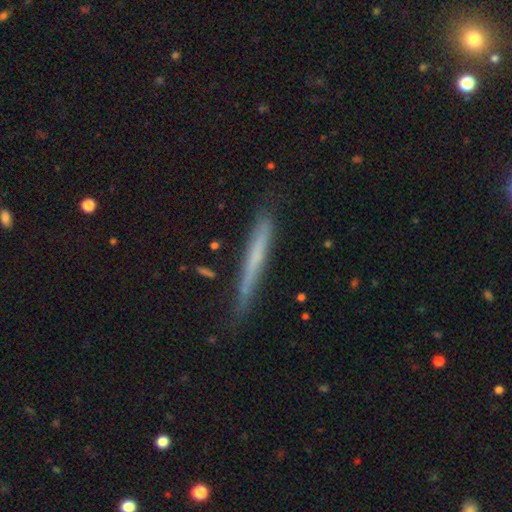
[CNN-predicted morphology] A smooth galaxy with no disk features (54%) that is cigar-shaped (97%). Merging: none (75%).